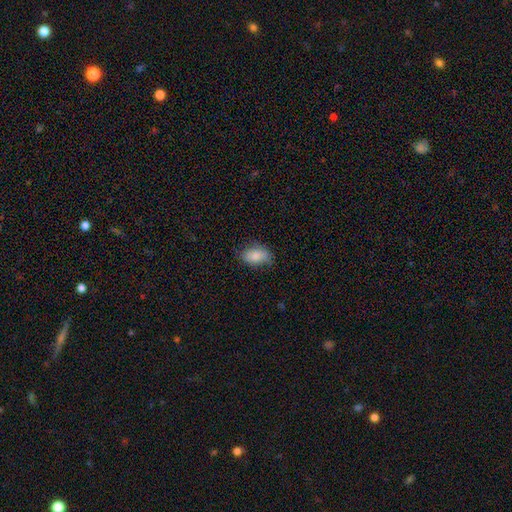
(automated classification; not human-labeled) smooth 82%, featured or disk 11%, star or artifact 7%. Down the decision tree: how rounded — in between (90%); merging — none (71%).